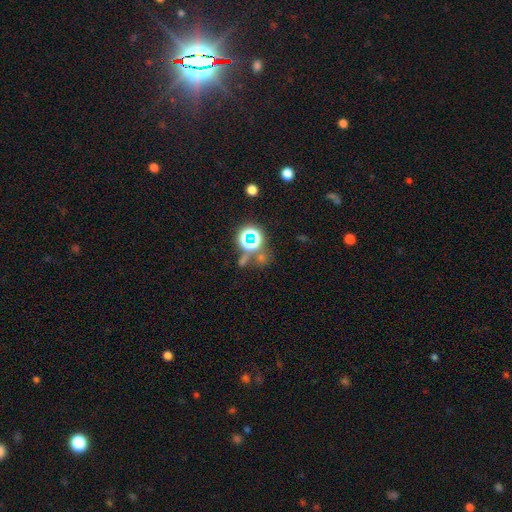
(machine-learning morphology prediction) Smooth or featured?
  - star or artifact: 74% *
  - smooth: 16%
  - featured or disk: 10%